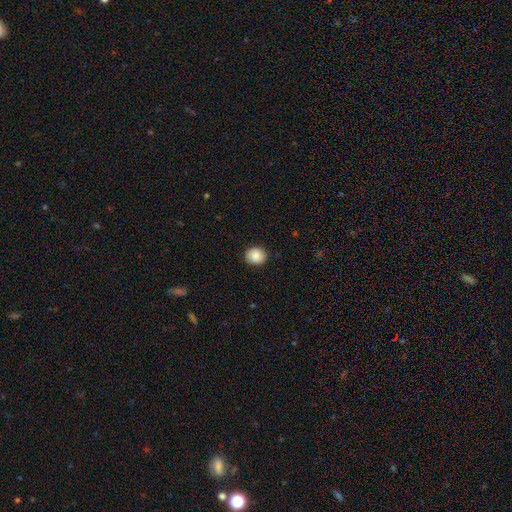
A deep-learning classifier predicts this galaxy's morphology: A smooth galaxy with no disk features (86%) that is round (78%). Merging: none (90%).